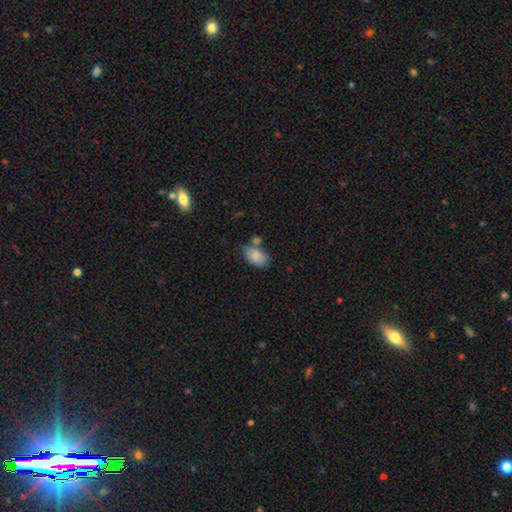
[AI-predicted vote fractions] Smooth or featured?
  - smooth: 85% *
  - featured or disk: 8%
  - star or artifact: 7%
How rounded?
  - in between: 91% *
  - round: 7%
  - cigar-shaped: 2%
Merging?
  - none: 52% *
  - merger: 22%
  - minor disturbance: 19%
  - major disturbance: 6%